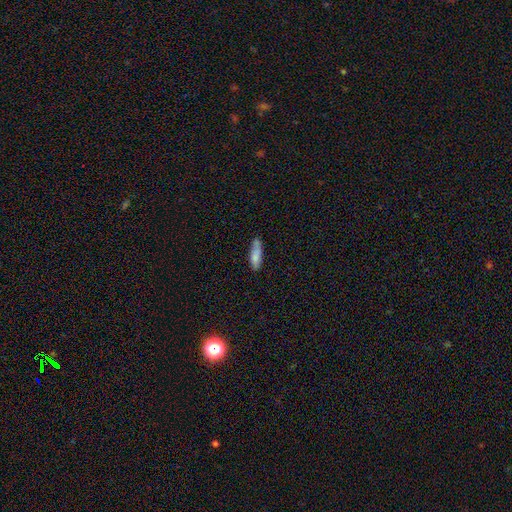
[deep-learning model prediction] Morphology: type=smooth (78%); roundness=cigar-shaped (55%); merging=none (58%).